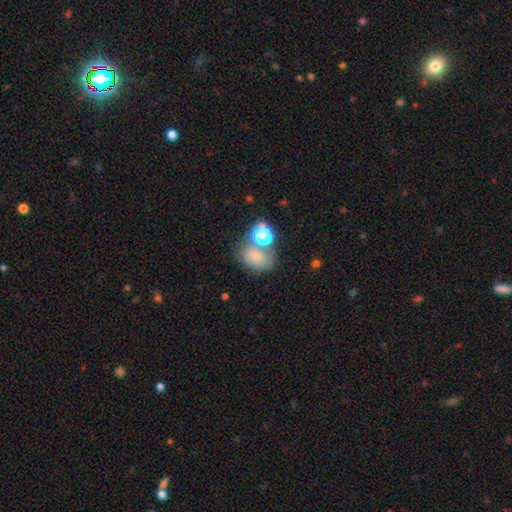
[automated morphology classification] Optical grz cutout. It shows a smooth galaxy with no disk features (70%) that is in between round and cigar-shaped (66%). Merging: none (49%).